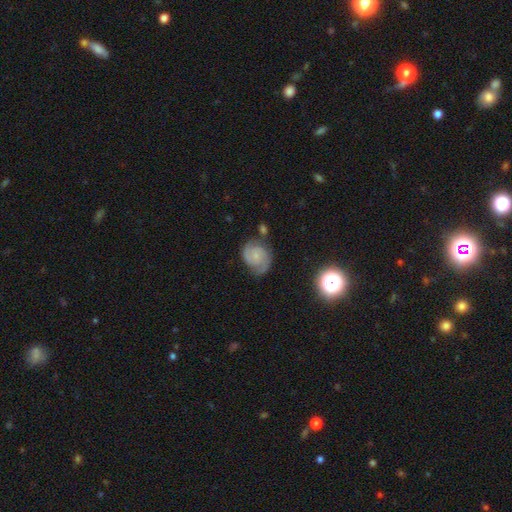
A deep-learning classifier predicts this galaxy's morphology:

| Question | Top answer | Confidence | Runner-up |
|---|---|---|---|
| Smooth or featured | featured or disk | 75% | smooth (17%) |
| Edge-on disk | no | 98% | yes (2%) |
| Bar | no | 67% | weak (28%) |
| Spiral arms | yes | 95% | no (5%) |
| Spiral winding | medium | 45% | tight (42%) |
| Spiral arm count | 2 | 86% | can't tell (6%) |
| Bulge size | small | 64% | moderate (19%) |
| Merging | none | 67% | minor disturbance (20%) |